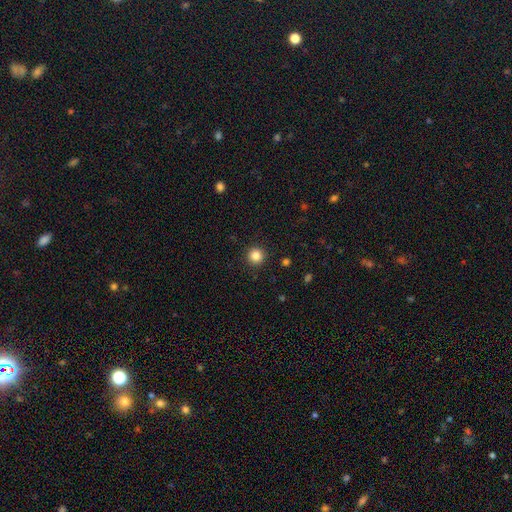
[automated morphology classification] The model was most divided on "smooth or featured": smooth: 85%, star or artifact: 11%, featured or disk: 4%. More confident: how rounded — round (96%); merging — none (92%).